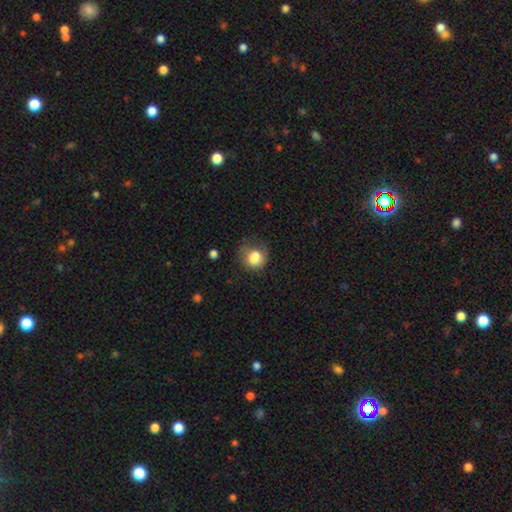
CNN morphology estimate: This appears to be a smooth galaxy with no disk features (81%) that is round (67%). Merging: none (51%).